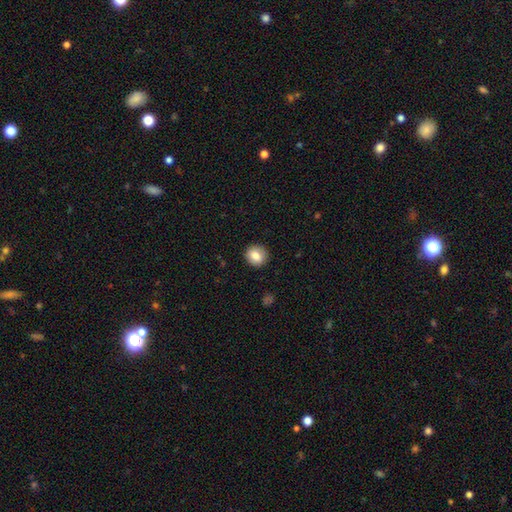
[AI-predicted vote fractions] A smooth galaxy with no disk features (83%) that is round (82%).

Vote fractions:
- Smooth or featured? smooth: 83% / featured or disk: 9% / star or artifact: 8%
- How rounded? round: 82% / in between: 17% / cigar-shaped: 1%
- Merging? none: 90% / minor disturbance: 7% / major disturbance: 2% / merger: 1%